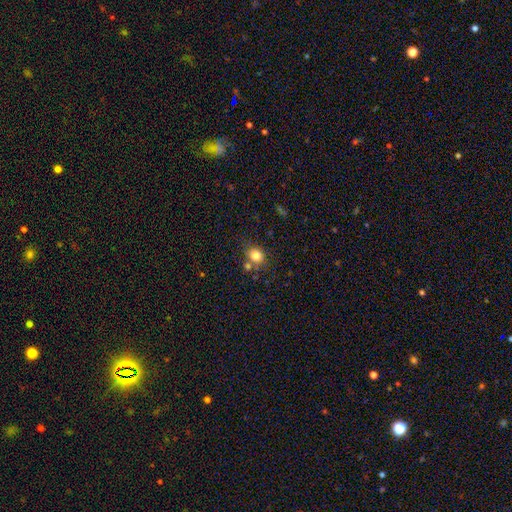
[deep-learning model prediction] This appears to be a smooth galaxy with no disk features (82%) that is round (66%). Merging: none (68%).